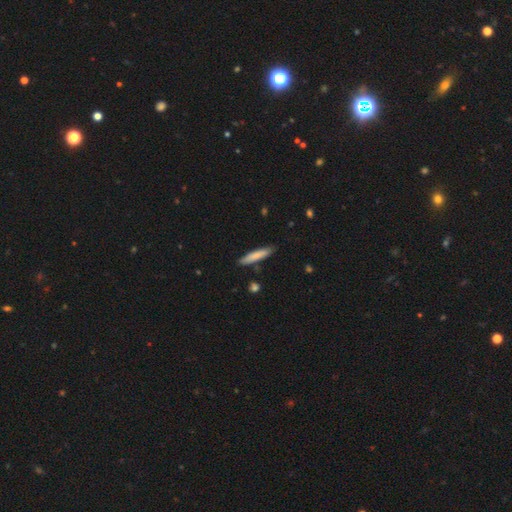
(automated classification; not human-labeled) smooth 78%, featured or disk 17%, star or artifact 5%. Down the decision tree: how rounded — cigar-shaped (87%); merging — none (85%).